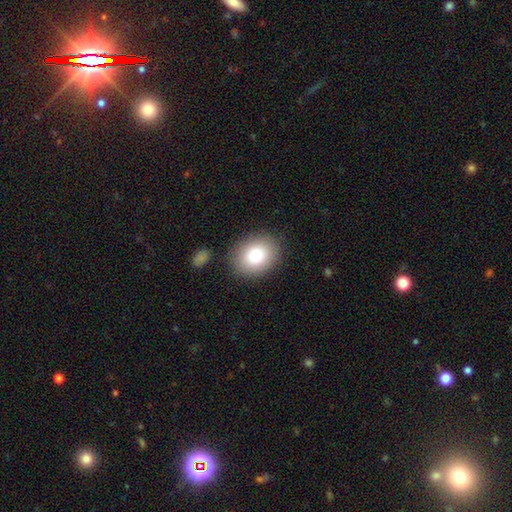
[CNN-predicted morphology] A smooth galaxy with no disk features (80%) that is round (54%). Merging: none (86%).